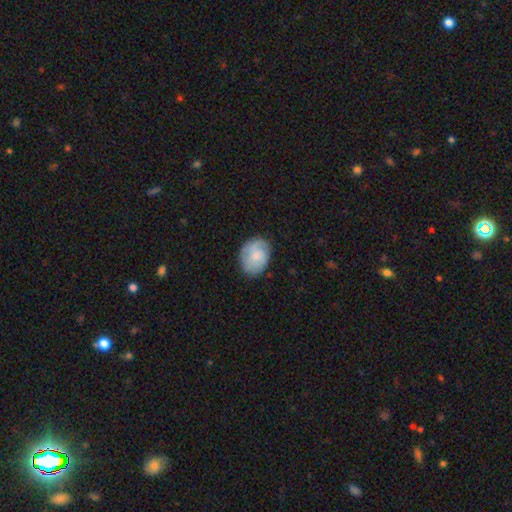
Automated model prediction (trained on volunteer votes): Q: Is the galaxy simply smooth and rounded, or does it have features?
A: smooth — 56%.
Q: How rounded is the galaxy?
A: in between — 53%.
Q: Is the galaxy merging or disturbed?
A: none — 75%.